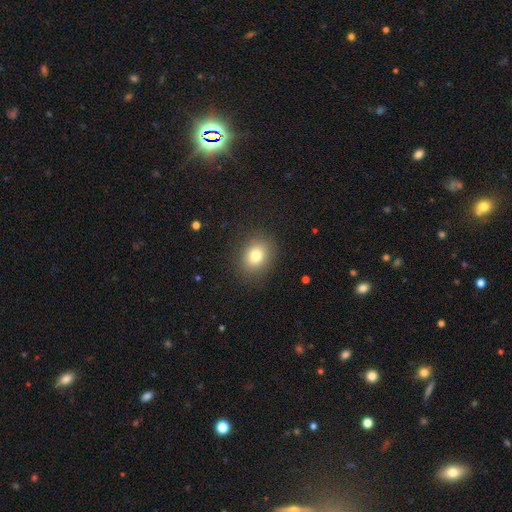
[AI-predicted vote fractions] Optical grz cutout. It shows a smooth galaxy with no disk features (78%) that is round (56%). Merging: none (87%).